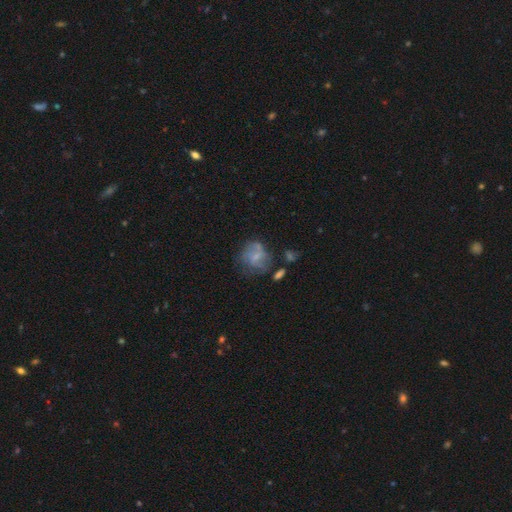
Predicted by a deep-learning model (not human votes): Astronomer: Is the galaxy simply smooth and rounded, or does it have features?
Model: smooth — 47% (runner-up: featured or disk, 44%).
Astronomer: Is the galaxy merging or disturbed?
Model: none — 46% (runner-up: minor disturbance, 25%).